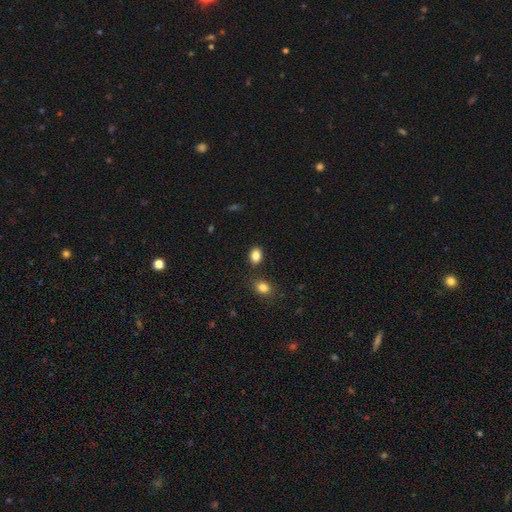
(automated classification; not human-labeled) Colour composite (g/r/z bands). It shows a smooth galaxy with no disk features (86%) that is in between round and cigar-shaped (72%). Merging: none (82%).